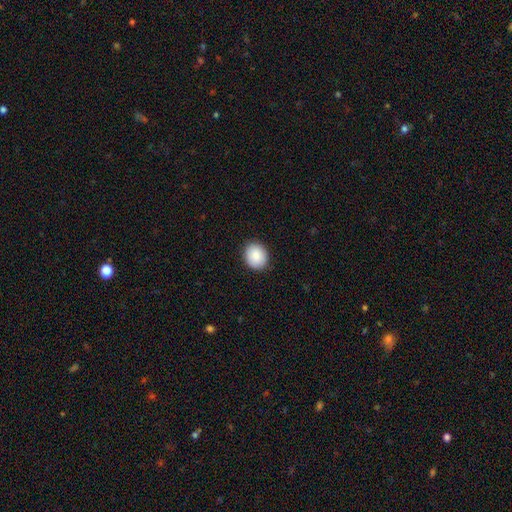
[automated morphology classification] This appears to be a smooth galaxy with no disk features (89%) that is round (62%). Merging: none (89%).